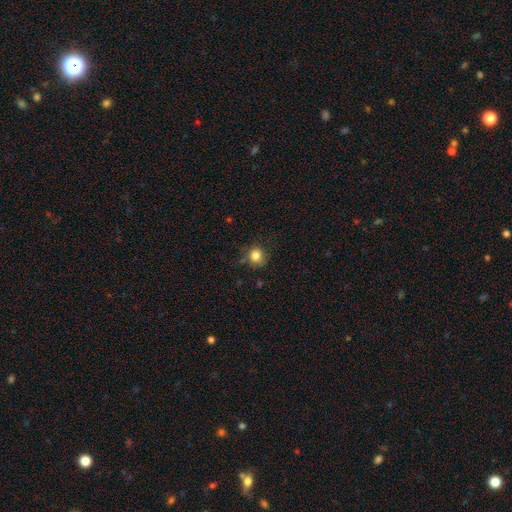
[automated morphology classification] smooth 83%, star or artifact 10%, featured or disk 6%. Down the decision tree: how rounded — round (86%); merging — none (74%).